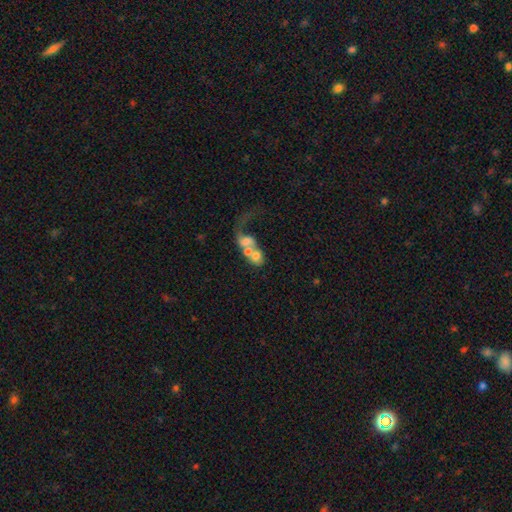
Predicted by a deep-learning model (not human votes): smooth-or-featured: smooth: 47% | featured or disk: 42% | star or artifact: 12%
  merging: merger: 67% | major disturbance: 18% | none: 10% | minor disturbance: 5%